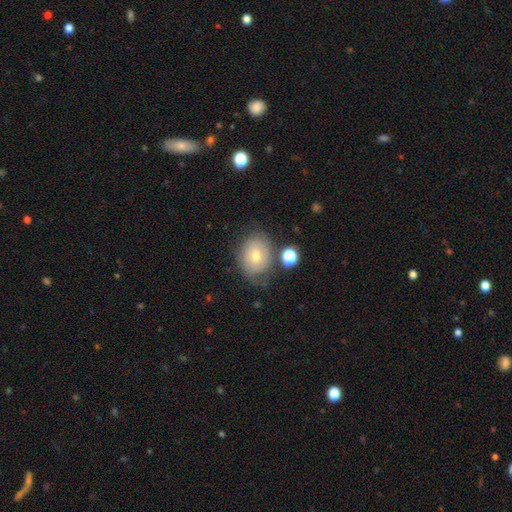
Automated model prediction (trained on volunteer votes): The model was most divided on "smooth or featured": featured or disk: 45%, smooth: 44%, star or artifact: 11%. More confident: merging — none (68%).